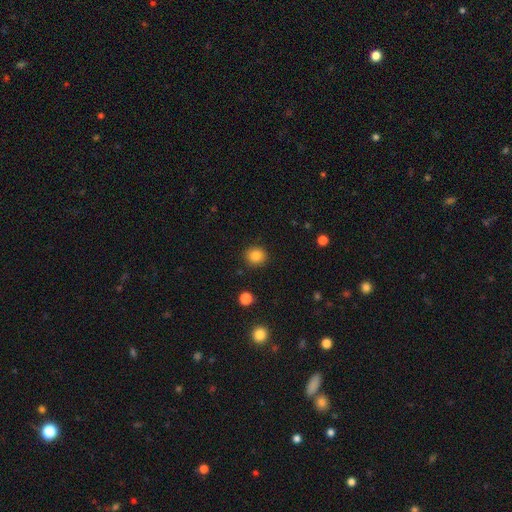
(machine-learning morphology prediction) Overall: smooth (84%). How rounded: round (86%). Merging: none (90%).